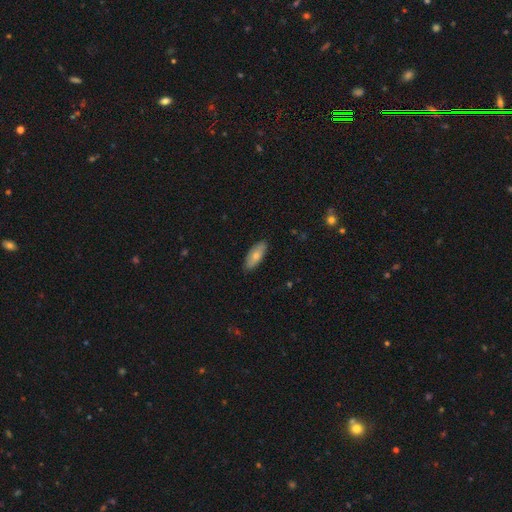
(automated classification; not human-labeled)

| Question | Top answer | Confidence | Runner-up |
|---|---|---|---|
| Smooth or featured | smooth | 74% | featured or disk (20%) |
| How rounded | in between | 79% | cigar-shaped (19%) |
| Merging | none | 87% | minor disturbance (10%) |